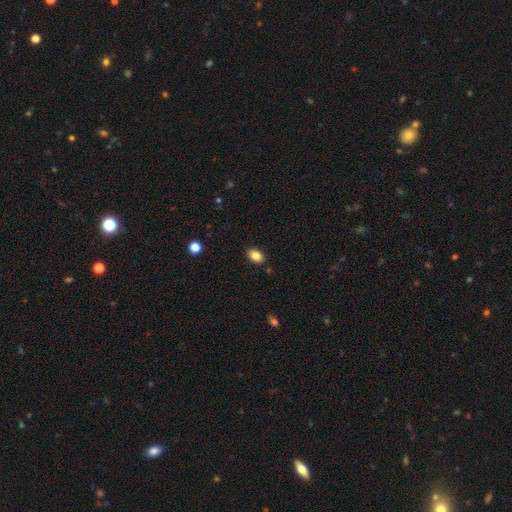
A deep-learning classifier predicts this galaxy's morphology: A smooth galaxy with no disk features (85%) that is in between round and cigar-shaped (80%). Merging: none (88%).